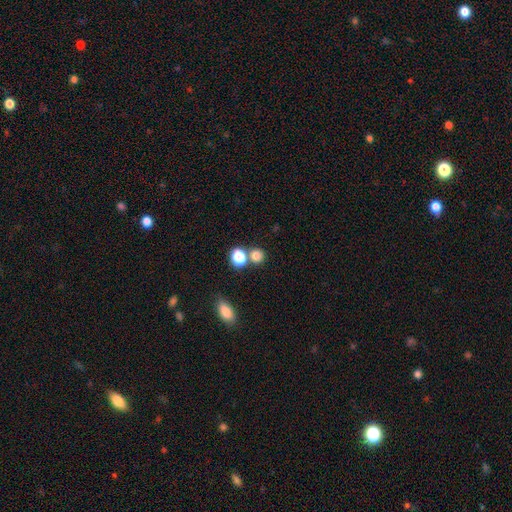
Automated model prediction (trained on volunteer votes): smooth 81%, star or artifact 14%, featured or disk 5%. Down the decision tree: how rounded — round (85%); merging — none (64%).